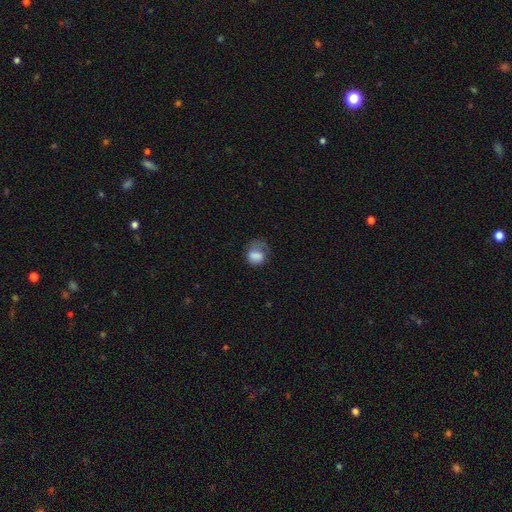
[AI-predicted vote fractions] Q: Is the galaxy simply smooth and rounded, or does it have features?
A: smooth — 72%.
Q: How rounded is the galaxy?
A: in between — 50%.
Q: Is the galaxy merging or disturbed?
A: major disturbance — 41%.